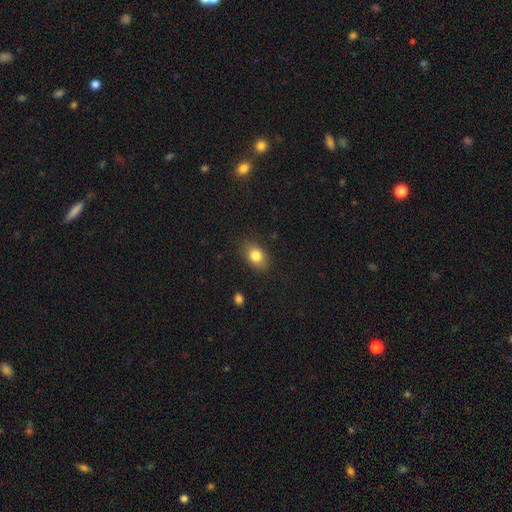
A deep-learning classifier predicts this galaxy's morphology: smooth 82%, featured or disk 9%, star or artifact 9%. Down the decision tree: how rounded — in between (81%); merging — none (85%).